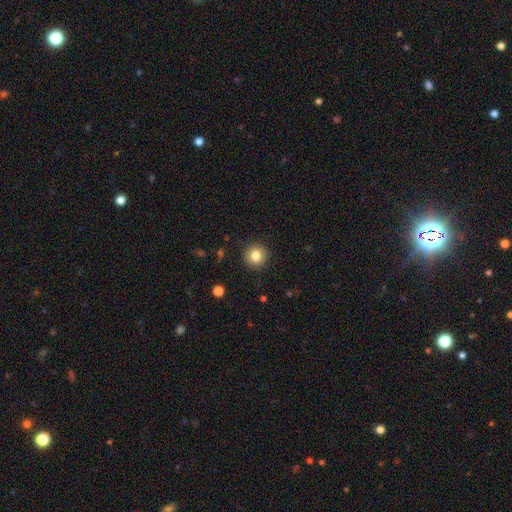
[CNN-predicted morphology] A smooth galaxy with no disk features (82%) that is round (95%). Merging: none (91%).